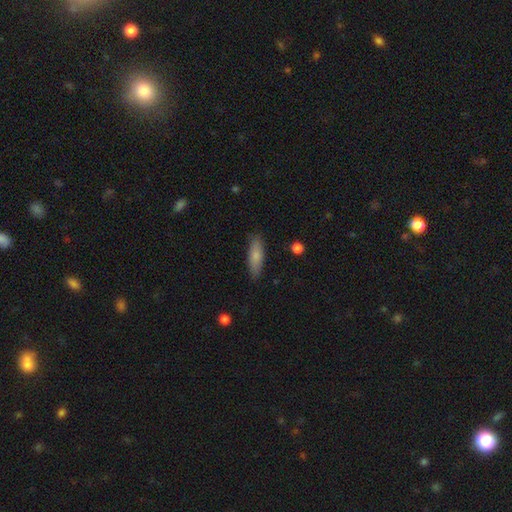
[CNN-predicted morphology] smooth_or_featured: smooth (p=0.78) [alt: featured or disk p=0.16]
how_rounded: cigar-shaped (p=0.51) [alt: in between p=0.47]
merging: none (p=0.84) [alt: minor disturbance p=0.12]